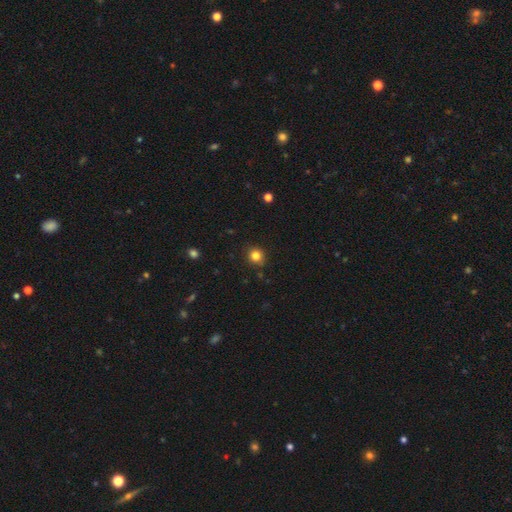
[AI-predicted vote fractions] Smooth or featured: smooth — 82% (star or artifact — 12%)
How rounded: round — 88% (in between — 11%)
Merging: none — 87% (minor disturbance — 9%)